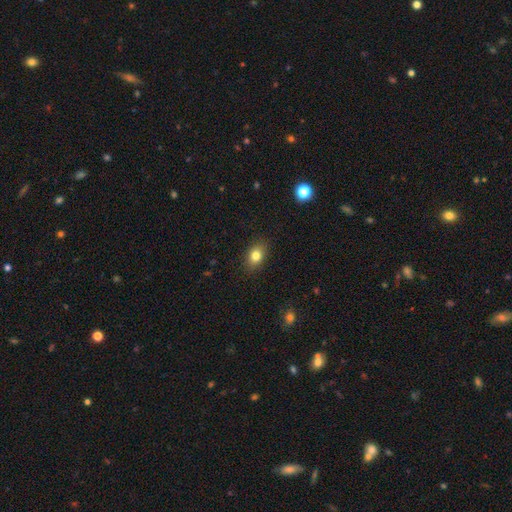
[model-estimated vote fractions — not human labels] Smooth or featured? Predicted: smooth (p=0.81). How rounded? Predicted: in between (p=0.73). Merging? Predicted: none (p=0.87).